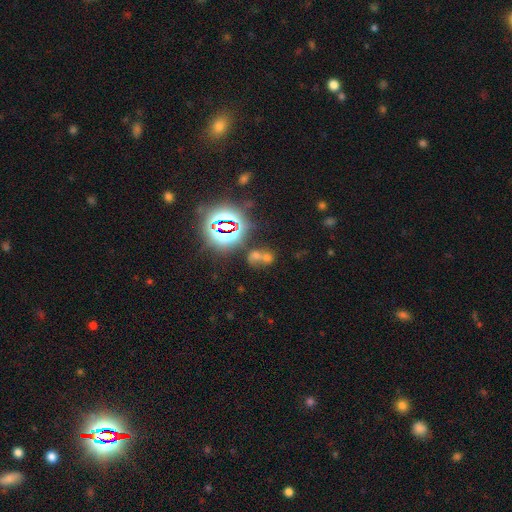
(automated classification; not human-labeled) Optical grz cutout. It shows a smooth galaxy with no disk features (43%). Merging: merger (59%).